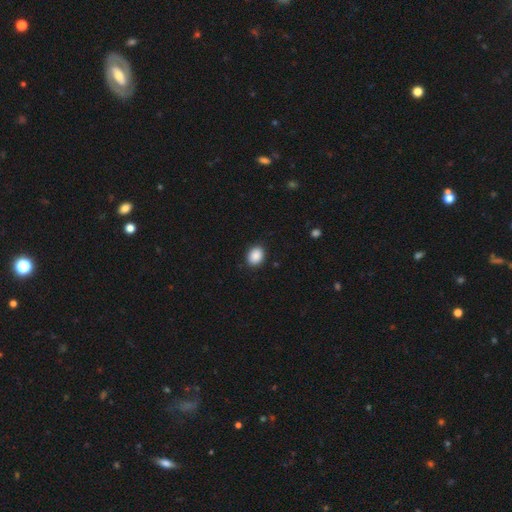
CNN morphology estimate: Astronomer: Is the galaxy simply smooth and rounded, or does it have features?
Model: smooth — 89%.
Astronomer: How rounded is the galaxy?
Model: in between — 58% (runner-up: round, 41%).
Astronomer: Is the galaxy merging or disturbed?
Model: none — 89%.